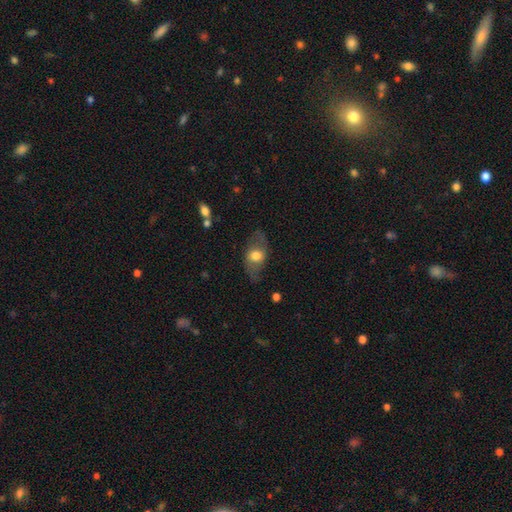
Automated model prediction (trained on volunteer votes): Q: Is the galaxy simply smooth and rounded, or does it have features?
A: smooth — 50%.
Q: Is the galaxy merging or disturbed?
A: none — 70%.